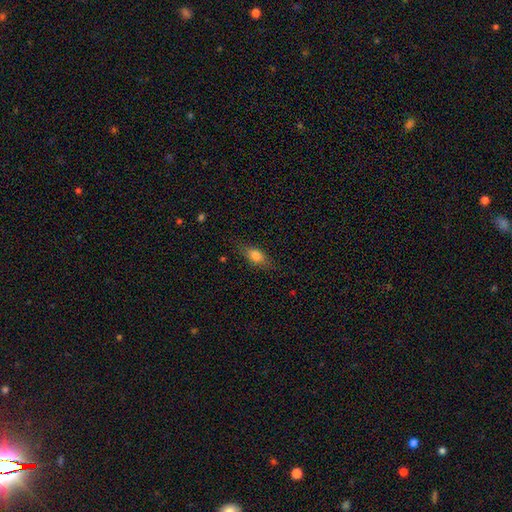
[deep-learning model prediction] This appears to be a smooth galaxy with no disk features (77%) that is in between round and cigar-shaped (79%). Merging: none (78%).